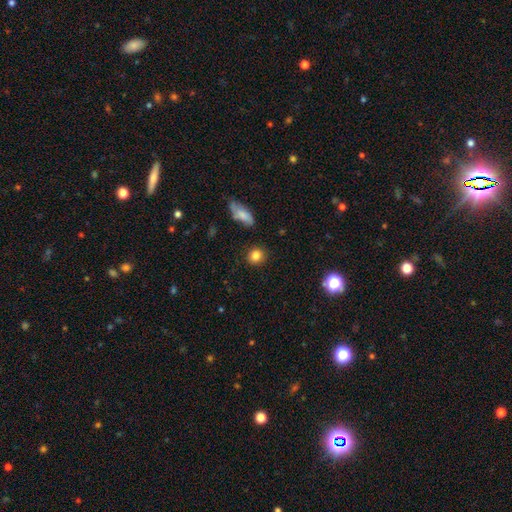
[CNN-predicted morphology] Smooth or featured? Predicted: smooth (p=0.84). How rounded? Predicted: round (p=0.84). Merging? Predicted: none (p=0.88).